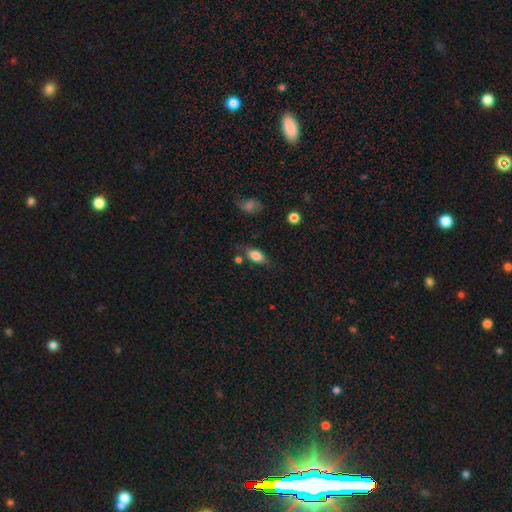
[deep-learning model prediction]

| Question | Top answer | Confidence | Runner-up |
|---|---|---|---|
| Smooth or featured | smooth | 81% | featured or disk (11%) |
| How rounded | in between | 86% | round (8%) |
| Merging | none | 69% | minor disturbance (20%) |